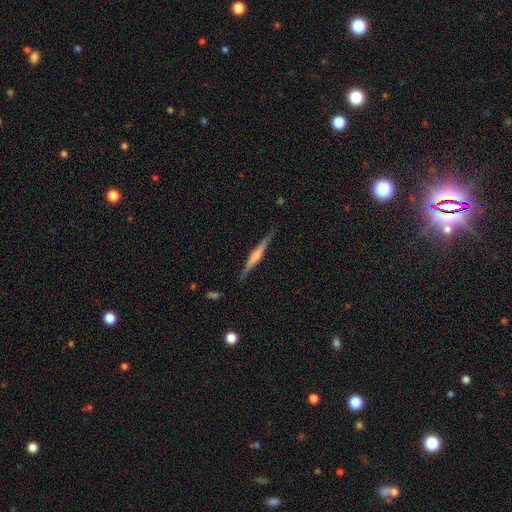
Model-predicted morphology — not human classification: featured or disk 67%, smooth 27%, star or artifact 6%. Down the decision tree: edge-on disk — yes (98%); edge-on bulge — rounded (53%); merging — none (88%).